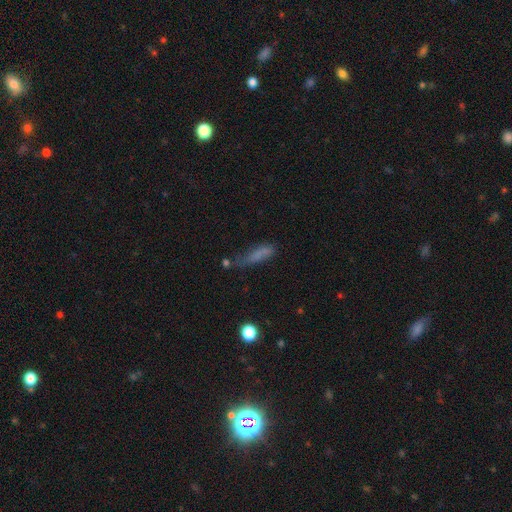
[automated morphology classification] Smooth or featured? smooth (65%)
How rounded? cigar-shaped (70%)
Merging? none (50%)